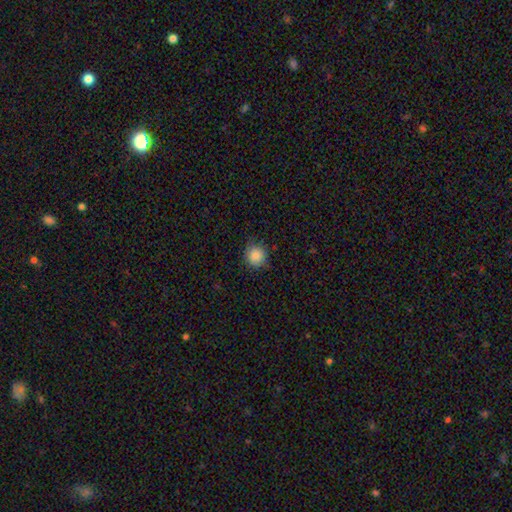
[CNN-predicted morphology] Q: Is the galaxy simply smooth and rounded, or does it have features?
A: smooth — 85%.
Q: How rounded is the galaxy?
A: round — 90%.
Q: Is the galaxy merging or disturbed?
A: none — 83%.